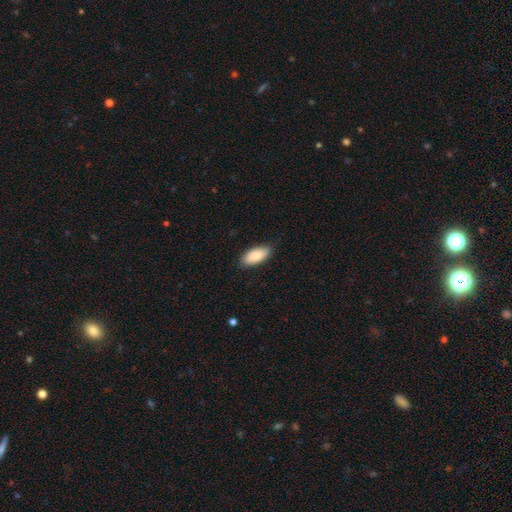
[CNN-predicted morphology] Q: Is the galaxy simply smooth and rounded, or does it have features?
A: smooth — 87%.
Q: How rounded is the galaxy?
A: in between — 91%.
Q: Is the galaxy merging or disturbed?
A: none — 84%.